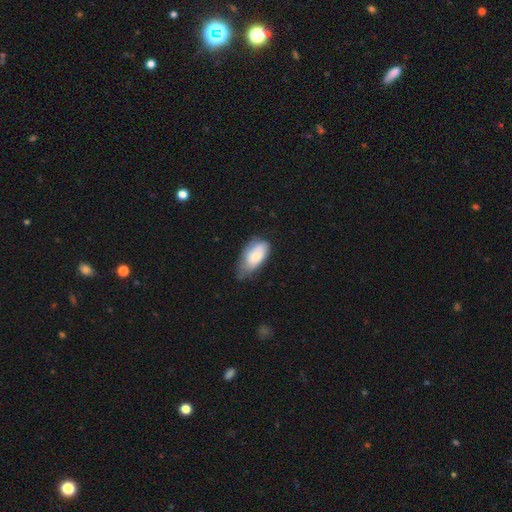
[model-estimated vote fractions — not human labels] Smooth or featured?
  - smooth: 73% *
  - featured or disk: 21%
  - star or artifact: 6%
How rounded?
  - in between: 93% *
  - cigar-shaped: 4%
  - round: 4%
Merging?
  - minor disturbance: 45% *
  - none: 40%
  - major disturbance: 13%
  - merger: 2%